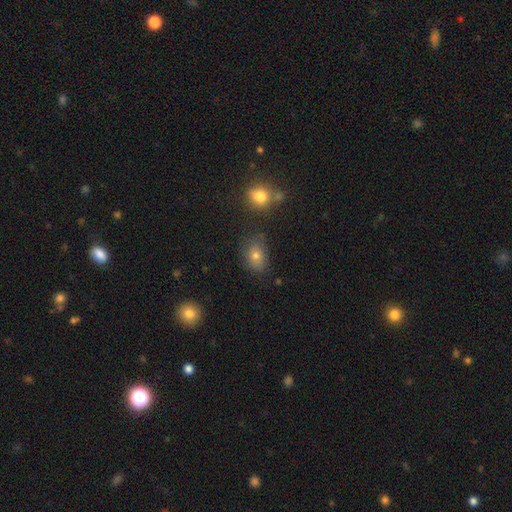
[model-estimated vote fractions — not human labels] Smooth or featured?
  - smooth: 72% *
  - star or artifact: 16%
  - featured or disk: 12%
How rounded?
  - in between: 68% *
  - round: 31%
  - cigar-shaped: 1%
Merging?
  - none: 72% *
  - minor disturbance: 18%
  - major disturbance: 6%
  - merger: 5%